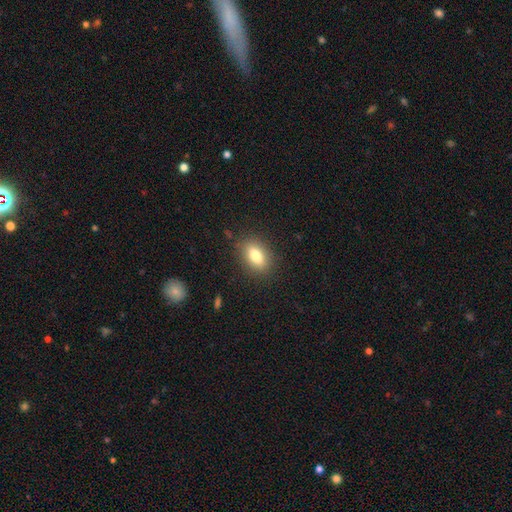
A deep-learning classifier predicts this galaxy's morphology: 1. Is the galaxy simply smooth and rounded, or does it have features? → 81% smooth, 10% featured or disk, 8% star or artifact.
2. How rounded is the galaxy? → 85% in between, 10% round, 6% cigar-shaped.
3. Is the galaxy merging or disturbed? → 86% none, 10% minor disturbance, 3% major disturbance, 1% merger.